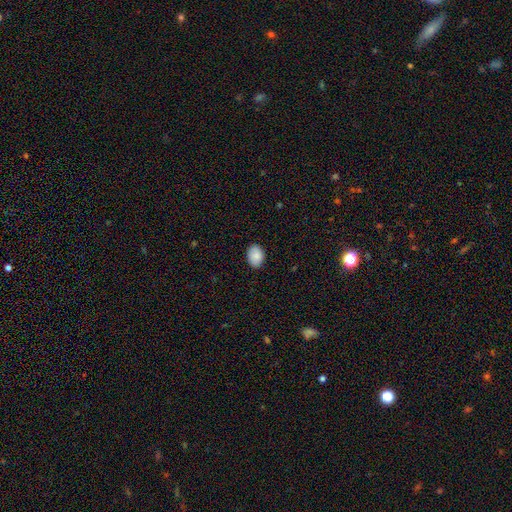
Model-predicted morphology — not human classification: Smooth or featured? smooth (88%)
How rounded? in between (82%)
Merging? none (86%)